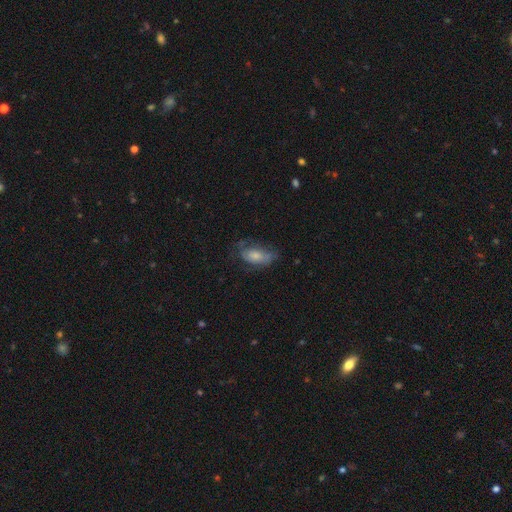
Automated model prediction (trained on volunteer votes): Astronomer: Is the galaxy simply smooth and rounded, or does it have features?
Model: smooth — 58% (runner-up: featured or disk, 34%).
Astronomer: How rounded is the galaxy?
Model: in between — 89%.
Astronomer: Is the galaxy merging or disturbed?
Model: none — 46% (runner-up: minor disturbance, 30%).